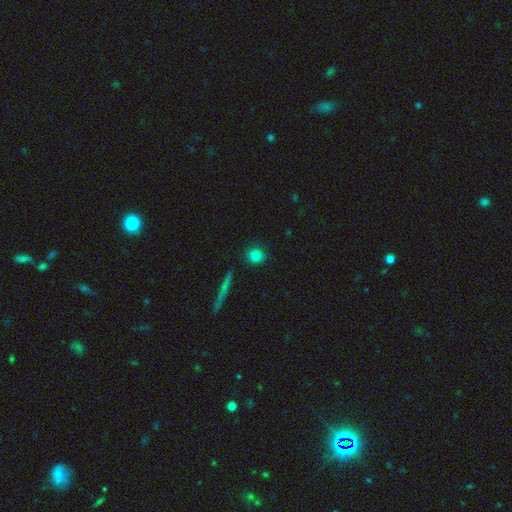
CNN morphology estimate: smooth 83%, star or artifact 10%, featured or disk 7%. Down the decision tree: how rounded — round (90%); merging — none (90%).